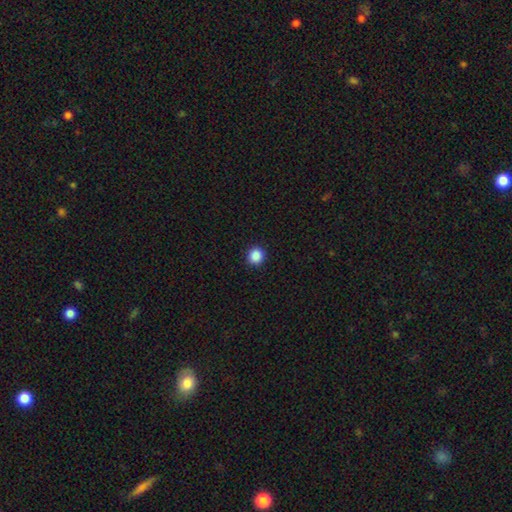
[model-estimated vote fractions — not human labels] Smooth or featured?
  - smooth: 88% *
  - star or artifact: 10%
  - featured or disk: 2%
How rounded?
  - round: 90% *
  - in between: 9%
  - cigar-shaped: 1%
Merging?
  - none: 92% *
  - minor disturbance: 5%
  - major disturbance: 2%
  - merger: 1%